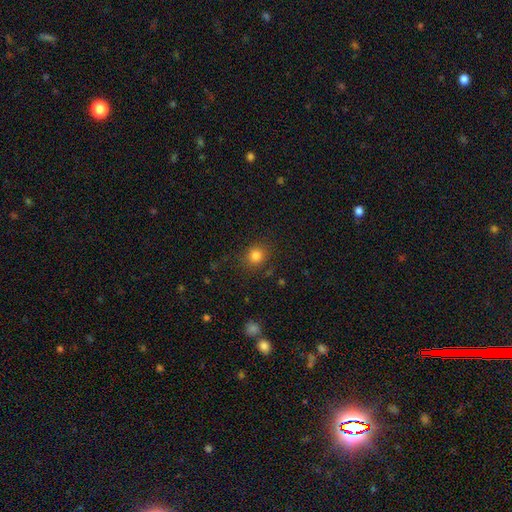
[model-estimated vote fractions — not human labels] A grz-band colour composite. It shows a smooth galaxy with no disk features (82%) that is round (82%). Merging: none (85%).